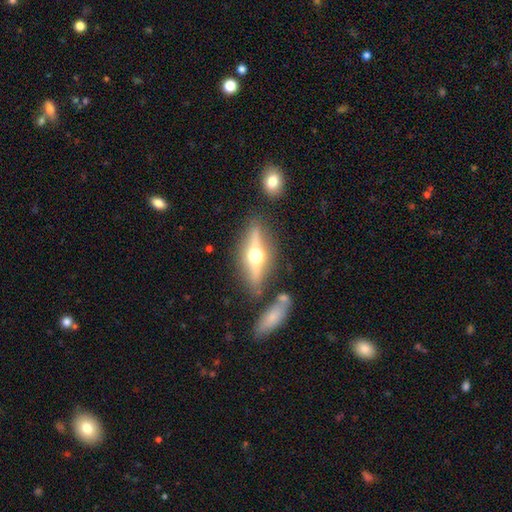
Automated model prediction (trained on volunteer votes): The model was most divided on "smooth or featured": featured or disk: 71%, smooth: 22%, star or artifact: 7%. More confident: edge-on bulge — rounded (97%); edge-on disk — yes (91%); merging — none (81%).